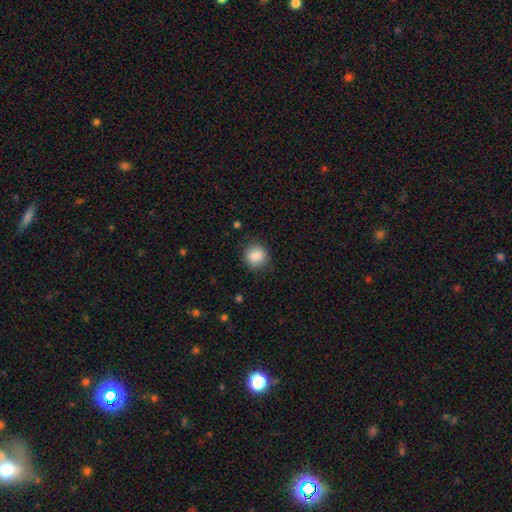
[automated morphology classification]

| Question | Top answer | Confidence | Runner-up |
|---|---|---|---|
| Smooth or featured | smooth | 87% | star or artifact (8%) |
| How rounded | round | 89% | in between (10%) |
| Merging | none | 87% | minor disturbance (9%) |